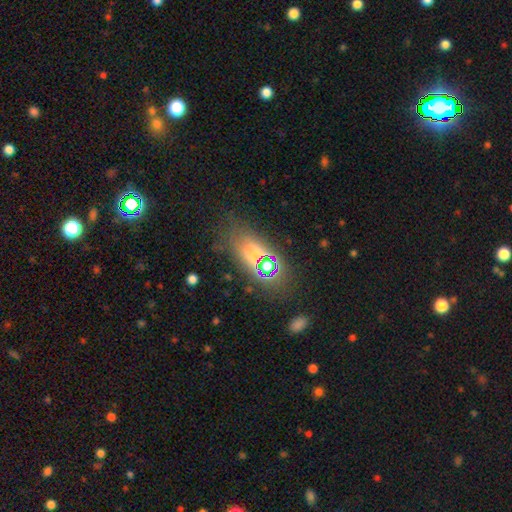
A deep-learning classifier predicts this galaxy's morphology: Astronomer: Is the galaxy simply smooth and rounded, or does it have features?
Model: smooth — 49% (runner-up: star or artifact, 36%).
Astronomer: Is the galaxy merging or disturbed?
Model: none — 68%.